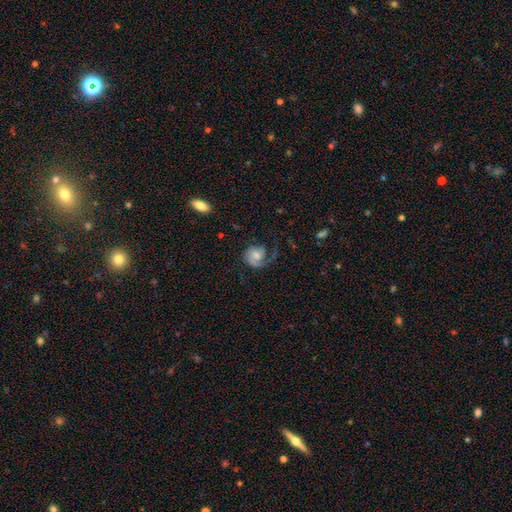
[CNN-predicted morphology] This is likely a featured or disk galaxy (71%). It is clearly not viewed edge-on (98%). Bar: likely no (66%). Spiral arm pattern: clearly yes (93%). Spiral arm count: likely 1 (74%). Spiral winding: marginally medium (38%). Central bulge: marginally moderate (45%). Merging: possibly none (52%).